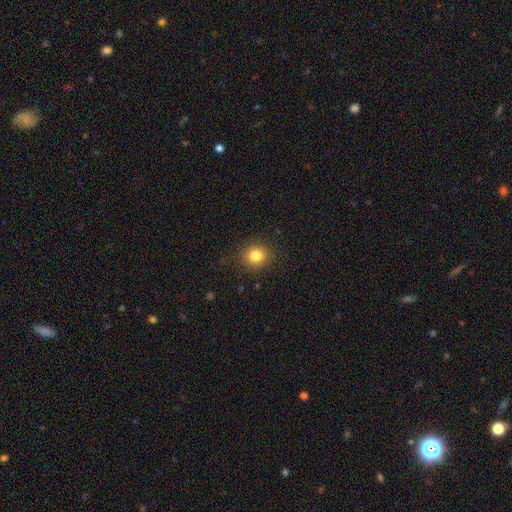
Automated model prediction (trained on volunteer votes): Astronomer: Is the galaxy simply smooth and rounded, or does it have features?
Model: smooth — 82%.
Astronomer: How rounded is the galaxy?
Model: round — 86%.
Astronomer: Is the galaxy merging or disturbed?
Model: none — 89%.